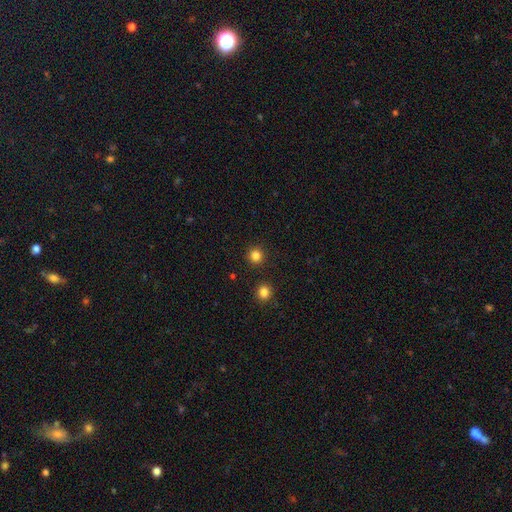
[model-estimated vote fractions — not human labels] smooth 82%, star or artifact 14%, featured or disk 4%. Down the decision tree: how rounded — round (94%); merging — none (91%).